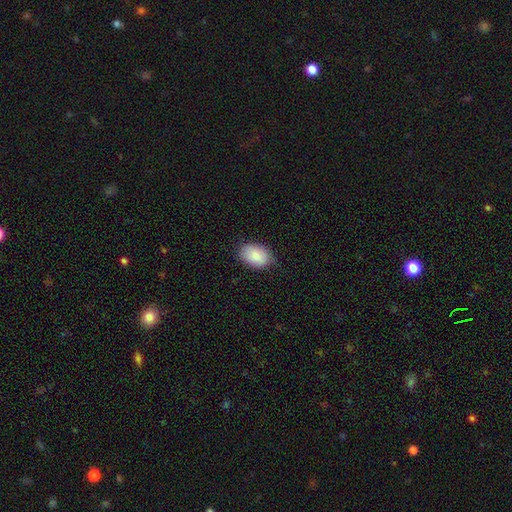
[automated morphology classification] Q: Smooth or featured?
A: smooth (87%); runner-up: featured or disk (7%)
Q: How rounded?
A: in between (87%); runner-up: round (12%)
Q: Merging?
A: none (78%); runner-up: minor disturbance (18%)